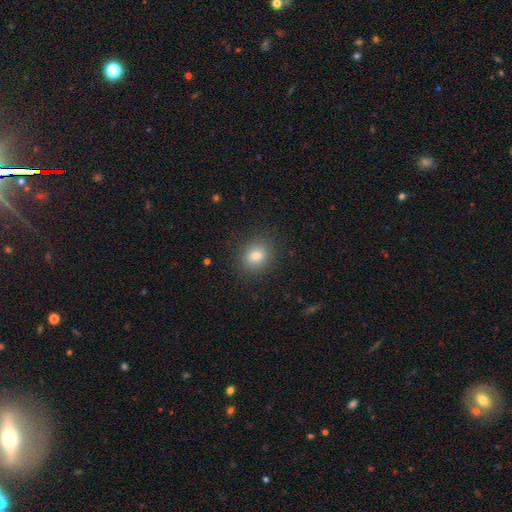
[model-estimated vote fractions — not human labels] A smooth galaxy with no disk features (82%) that is round (62%). Merging: none (88%).